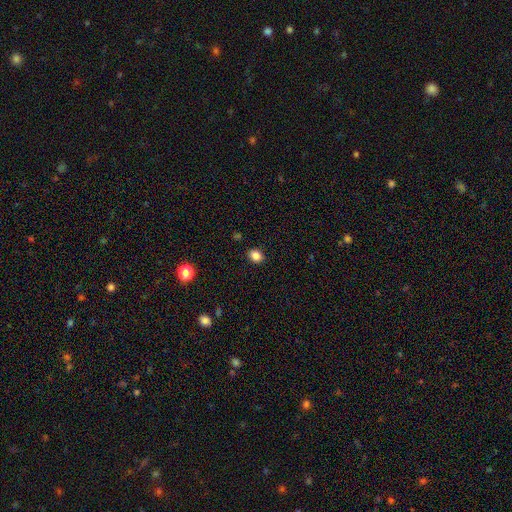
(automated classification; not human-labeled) smooth-or-featured: smooth: 84% | star or artifact: 11% | featured or disk: 5%
  how-rounded: round: 50% | in between: 49% | cigar-shaped: 1%
  merging: none: 89% | minor disturbance: 7% | major disturbance: 2% | merger: 1%